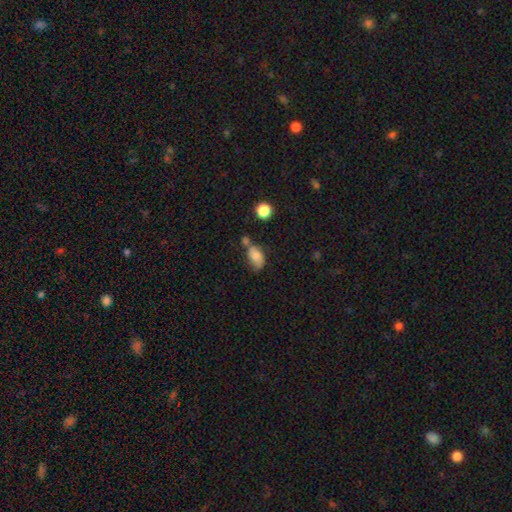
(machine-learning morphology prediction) smooth-or-featured: smooth: 78% | featured or disk: 12% | star or artifact: 10%
  how-rounded: in between: 89% | round: 9% | cigar-shaped: 3%
  merging: none: 41% | minor disturbance: 26% | merger: 22% | major disturbance: 11%